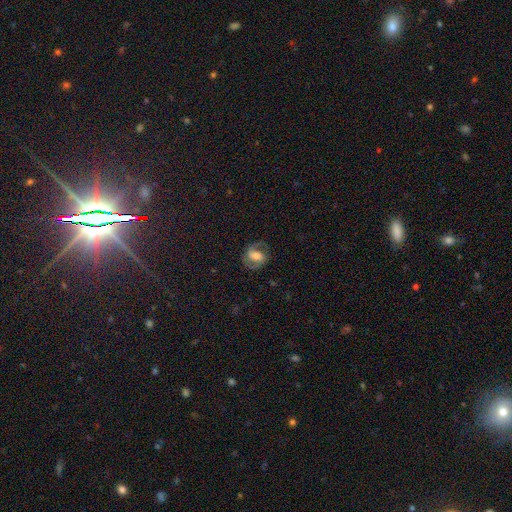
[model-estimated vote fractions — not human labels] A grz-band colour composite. It shows a featured or disk galaxy (69%) with a weak bar (44%), 2 (88%) medium (53%) spiral arms (90%) and a moderate central bulge (45%). Merging: none (76%).